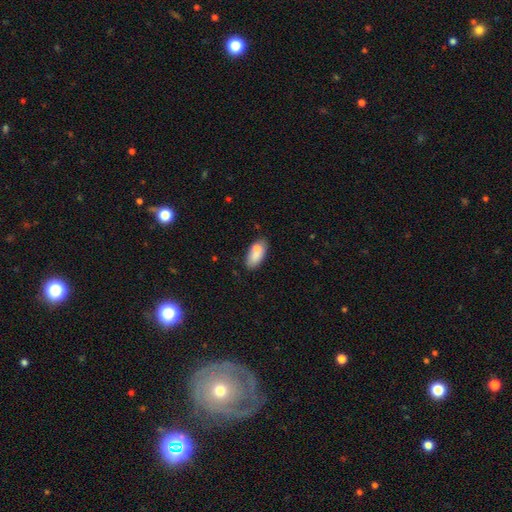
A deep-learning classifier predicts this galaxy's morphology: Q: Smooth or featured?
A: smooth (77%); runner-up: featured or disk (16%)
Q: How rounded?
A: in between (87%); runner-up: cigar-shaped (9%)
Q: Merging?
A: none (57%); runner-up: minor disturbance (21%)